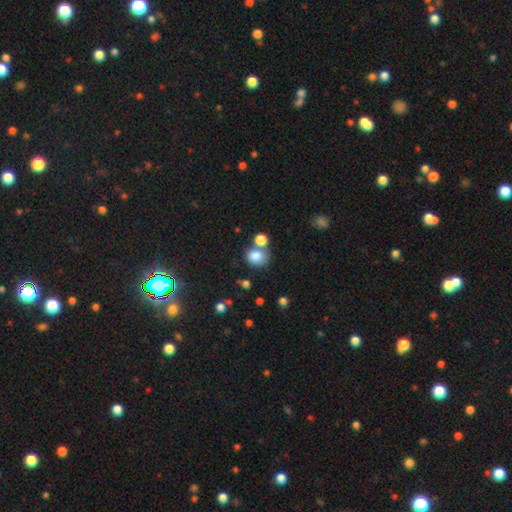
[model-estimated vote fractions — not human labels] A smooth galaxy with no disk features (83%) that is round (65%). Merging: none (53%).